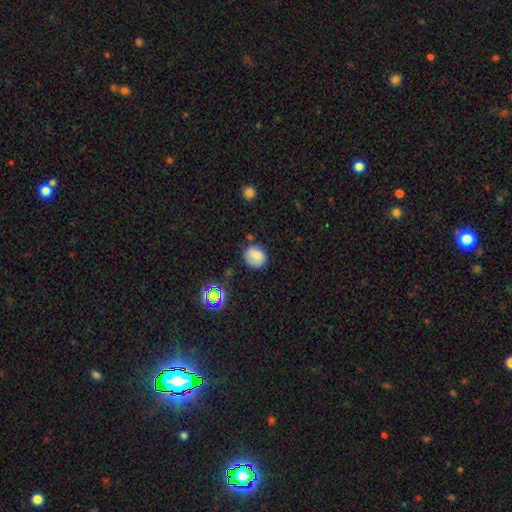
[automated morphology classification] Smooth or featured? Predicted: smooth (p=0.76). How rounded? Predicted: round (p=0.70). Merging? Predicted: none (p=0.73).